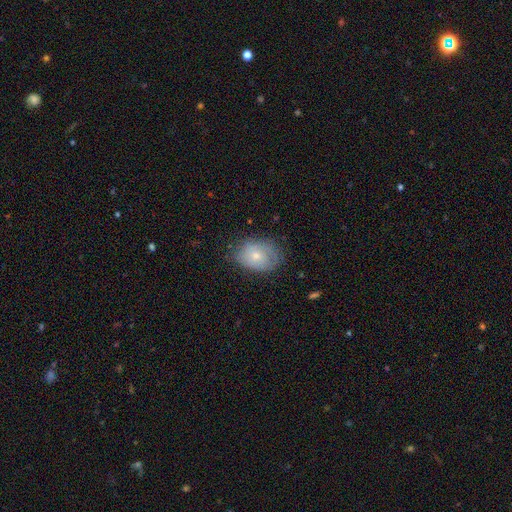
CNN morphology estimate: Smooth or featured: smooth — 60% (featured or disk — 32%)
How rounded: in between — 65% (round — 34%)
Merging: none — 64% (minor disturbance — 26%)